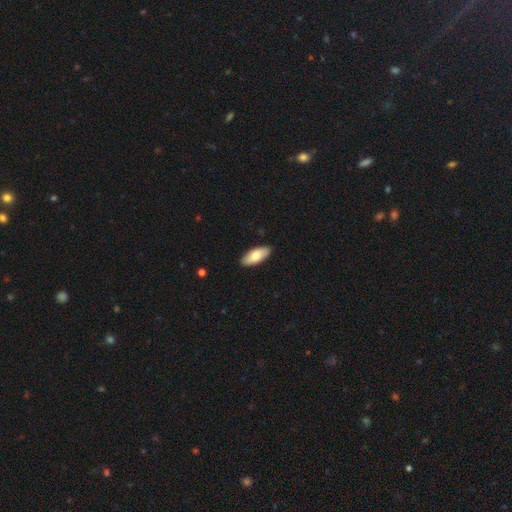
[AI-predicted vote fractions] Smooth or featured: smooth — 77% (featured or disk — 18%)
How rounded: in between — 85% (cigar-shaped — 13%)
Merging: none — 90% (minor disturbance — 8%)